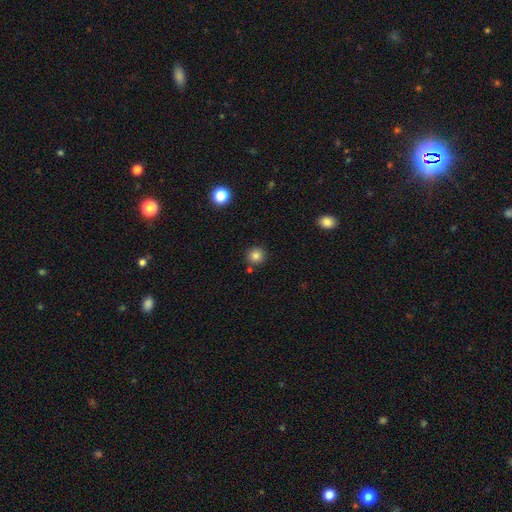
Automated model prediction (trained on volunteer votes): The model was most divided on "smooth or featured": smooth: 83%, star or artifact: 12%, featured or disk: 6%. More confident: how rounded — round (93%); merging — none (84%).